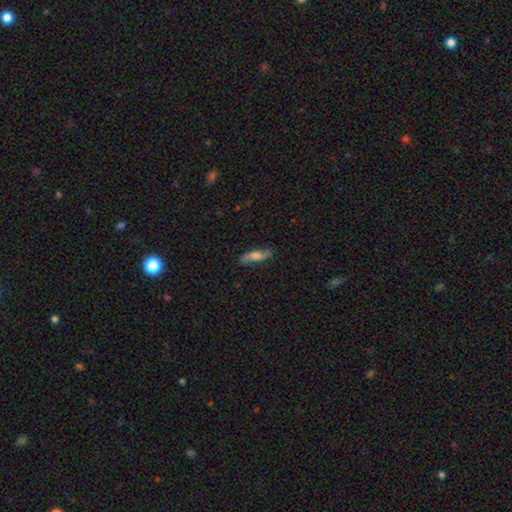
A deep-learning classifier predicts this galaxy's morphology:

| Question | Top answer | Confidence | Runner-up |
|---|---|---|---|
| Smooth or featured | featured or disk | 51% | smooth (42%) |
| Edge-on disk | no | 63% | yes (37%) |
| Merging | none | 81% | minor disturbance (14%) |